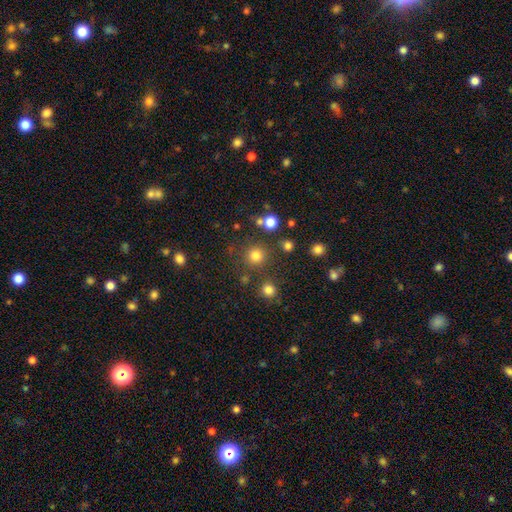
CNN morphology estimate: smooth 80%, star or artifact 15%, featured or disk 5%. Down the decision tree: how rounded — round (94%); merging — none (82%).